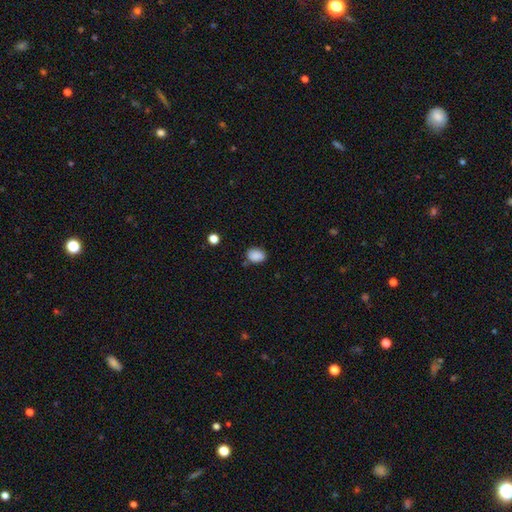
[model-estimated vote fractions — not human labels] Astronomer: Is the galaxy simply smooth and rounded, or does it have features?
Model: smooth — 87%.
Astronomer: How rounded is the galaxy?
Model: in between — 70%.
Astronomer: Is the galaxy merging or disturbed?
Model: none — 75%.